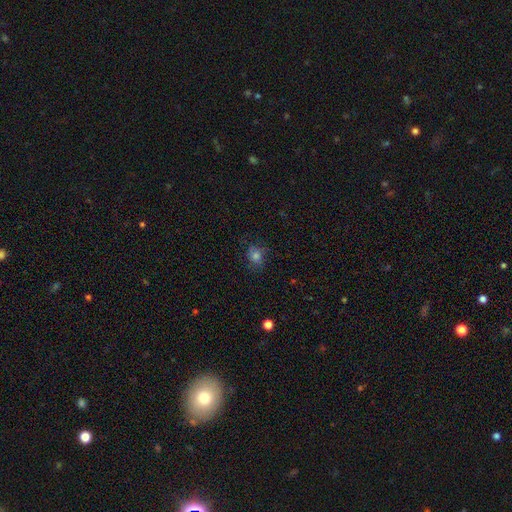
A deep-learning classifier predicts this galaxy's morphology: type=smooth (60%); roundness=round (64%); merging=none (71%).